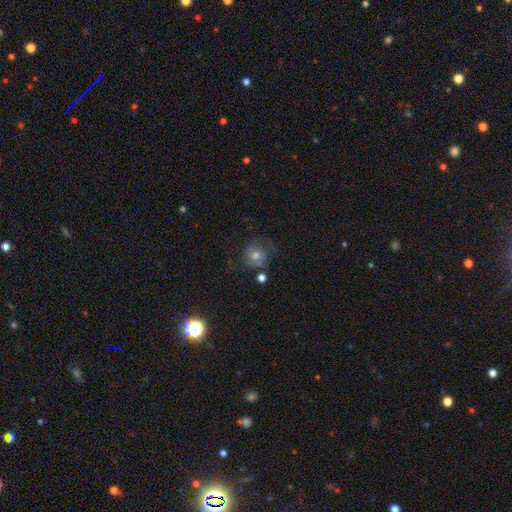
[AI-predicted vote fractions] Smooth or featured? Predicted: featured or disk (p=0.48). Merging? Predicted: none (p=0.66).